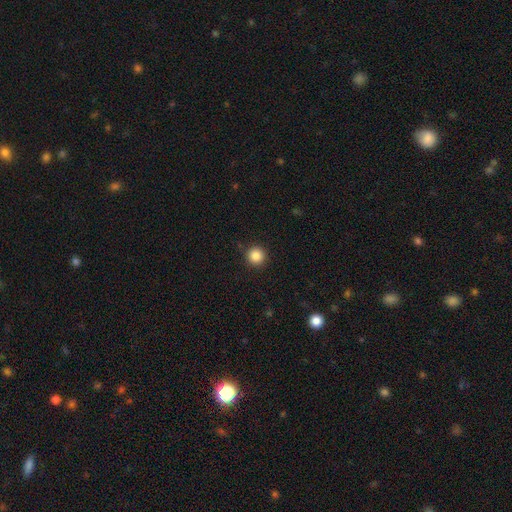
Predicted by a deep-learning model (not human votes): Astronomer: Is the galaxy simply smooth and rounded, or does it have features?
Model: smooth — 86%.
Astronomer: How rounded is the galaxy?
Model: round — 96%.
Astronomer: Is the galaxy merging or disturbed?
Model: none — 92%.